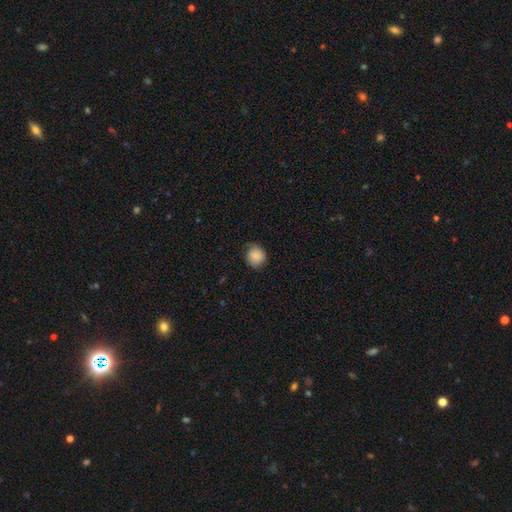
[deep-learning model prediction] Smooth or featured? smooth (86%)
How rounded? round (85%)
Merging? none (75%)